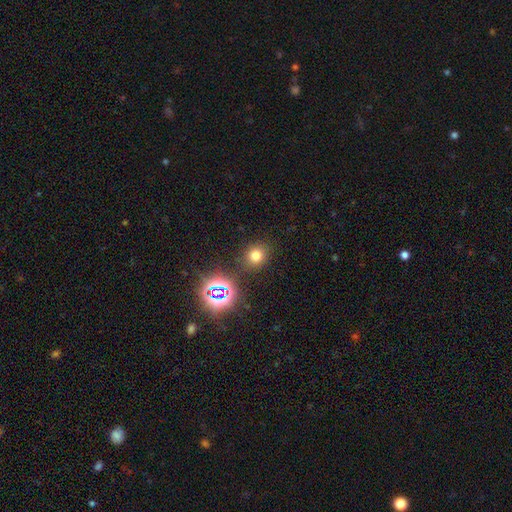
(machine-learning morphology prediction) Q: Smooth or featured?
A: smooth (69%); runner-up: star or artifact (23%)
Q: How rounded?
A: round (74%); runner-up: in between (25%)
Q: Merging?
A: none (85%); runner-up: minor disturbance (9%)